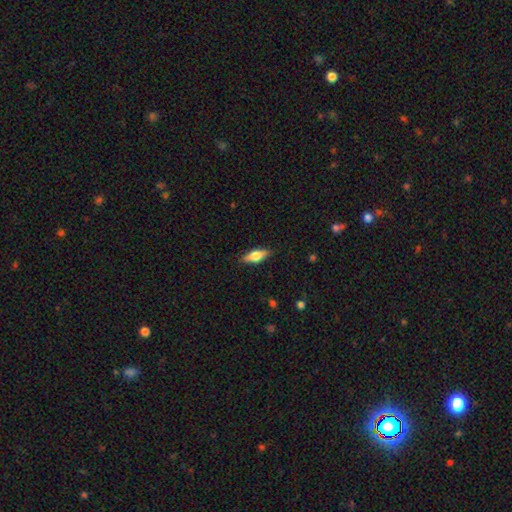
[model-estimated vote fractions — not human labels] Smooth or featured: smooth — 61% (featured or disk — 32%)
How rounded: in between — 65% (cigar-shaped — 32%)
Merging: none — 88% (minor disturbance — 9%)